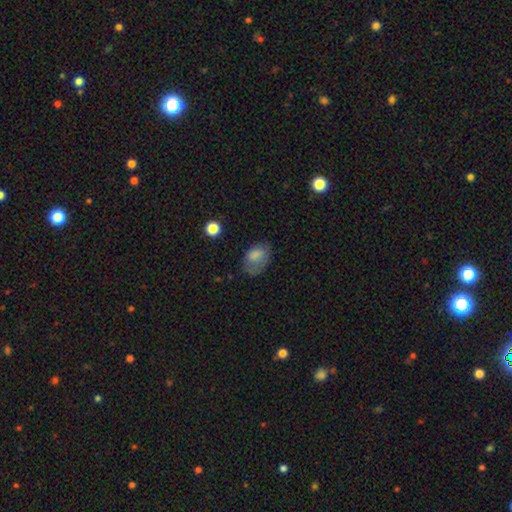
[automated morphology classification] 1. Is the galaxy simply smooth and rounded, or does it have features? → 76% smooth, 15% featured or disk, 9% star or artifact.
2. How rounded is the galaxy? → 83% in between, 15% round, 1% cigar-shaped.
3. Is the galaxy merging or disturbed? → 49% none, 31% minor disturbance, 18% major disturbance, 2% merger.